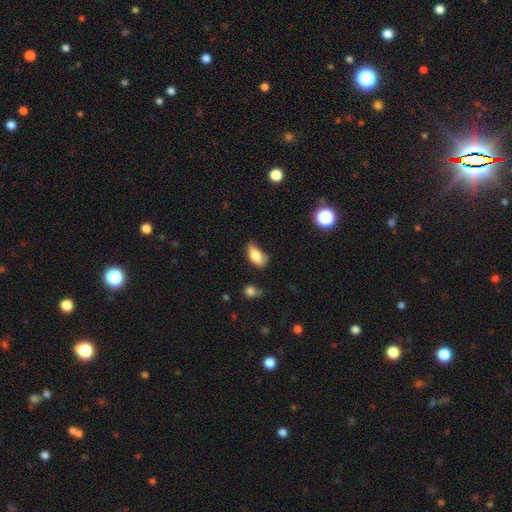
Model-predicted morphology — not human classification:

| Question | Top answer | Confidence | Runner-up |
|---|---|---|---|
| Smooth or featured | smooth | 78% | featured or disk (14%) |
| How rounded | in between | 90% | round (5%) |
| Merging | minor disturbance | 41% | none (40%) |